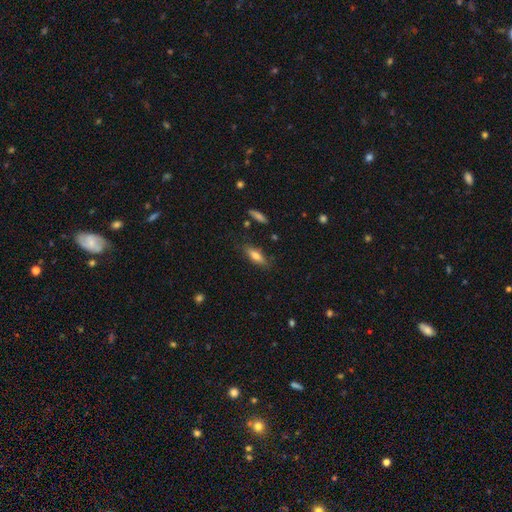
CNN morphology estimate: smooth 68%, featured or disk 25%, star or artifact 8%. Down the decision tree: how rounded — in between (52%); merging — none (81%).